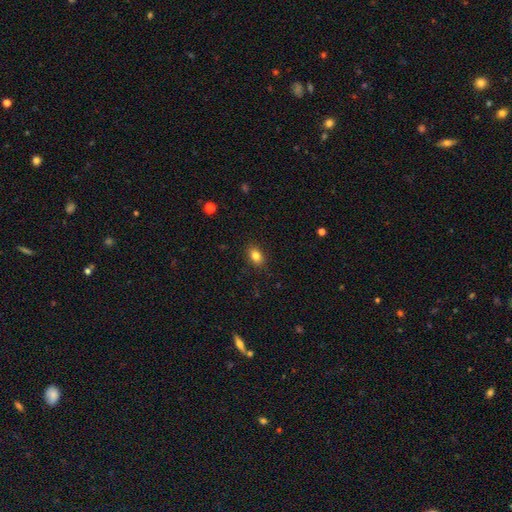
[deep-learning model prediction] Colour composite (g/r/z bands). It shows a smooth galaxy with no disk features (83%) that is in between round and cigar-shaped (77%). Merging: none (88%).